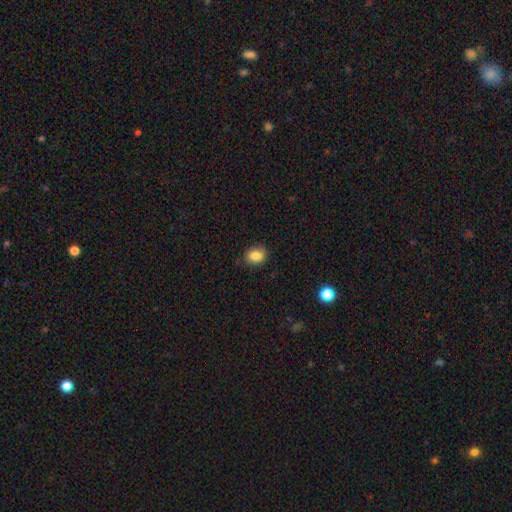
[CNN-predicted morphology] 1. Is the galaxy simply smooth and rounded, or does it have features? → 86% smooth, 9% star or artifact, 5% featured or disk.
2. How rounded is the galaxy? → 55% in between, 44% round, 1% cigar-shaped.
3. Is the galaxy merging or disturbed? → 85% none, 12% minor disturbance, 3% major disturbance, 1% merger.